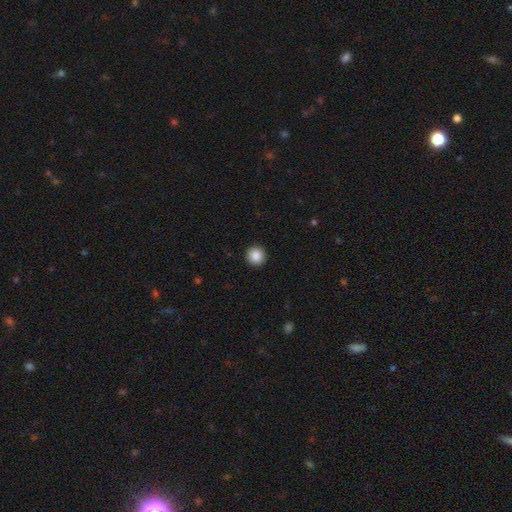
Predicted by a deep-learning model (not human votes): Q: Smooth or featured?
A: smooth (88%); runner-up: star or artifact (9%)
Q: How rounded?
A: round (94%); runner-up: in between (5%)
Q: Merging?
A: none (93%); runner-up: minor disturbance (5%)